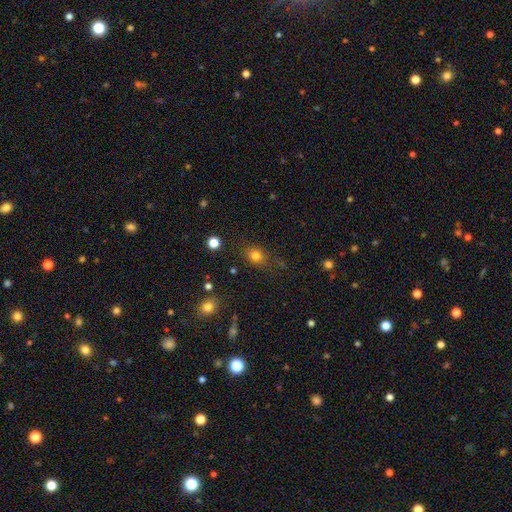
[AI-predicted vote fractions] A smooth galaxy with no disk features (78%) that is round (61%). Merging: none (77%).